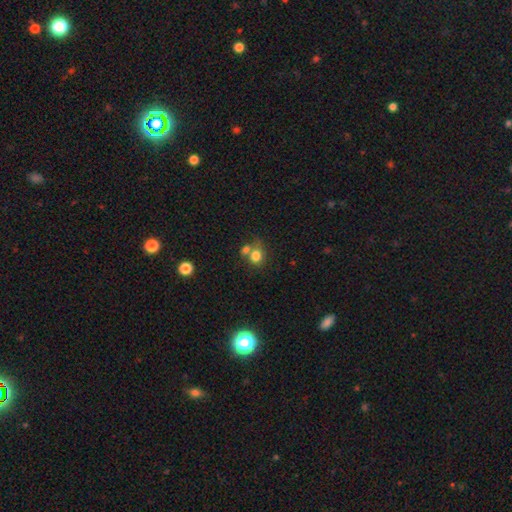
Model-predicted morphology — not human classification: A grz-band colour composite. It shows a smooth galaxy with no disk features (78%) that is round (67%). Merging: none (44%).